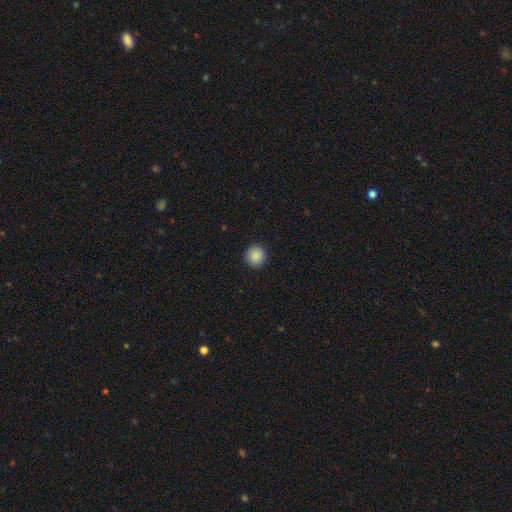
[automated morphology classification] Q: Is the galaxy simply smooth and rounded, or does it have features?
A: smooth — 88%.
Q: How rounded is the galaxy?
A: round — 93%.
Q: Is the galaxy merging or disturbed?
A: none — 91%.